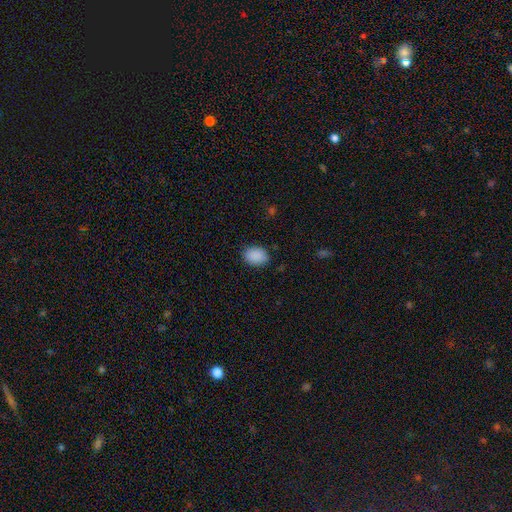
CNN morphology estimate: This appears to be a smooth galaxy with no disk features (89%) that is in between round and cigar-shaped (68%). Merging: none (84%).